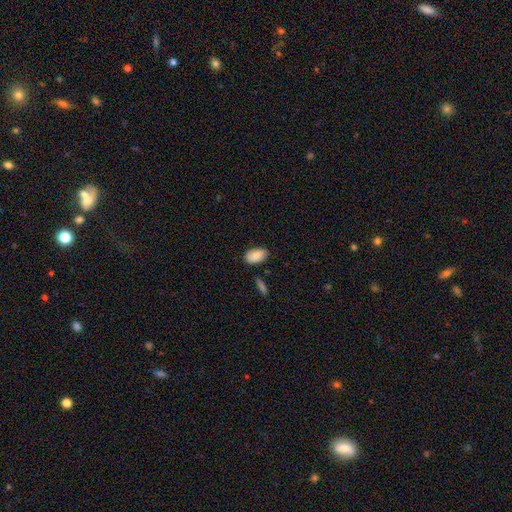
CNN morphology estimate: A smooth galaxy with no disk features (84%) that is in between round and cigar-shaped (93%).

Vote fractions:
- Smooth or featured? smooth: 84% / featured or disk: 9% / star or artifact: 7%
- How rounded? in between: 93% / round: 6% / cigar-shaped: 2%
- Merging? none: 75% / minor disturbance: 19% / merger: 3% / major disturbance: 3%